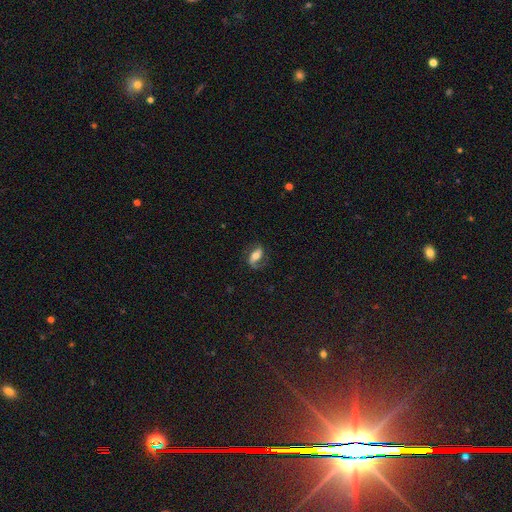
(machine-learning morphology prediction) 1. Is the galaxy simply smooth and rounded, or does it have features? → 56% featured or disk, 36% smooth, 8% star or artifact.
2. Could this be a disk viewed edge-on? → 89% no, 11% yes.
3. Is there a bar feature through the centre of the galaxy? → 39% no, 32% strong, 29% weak.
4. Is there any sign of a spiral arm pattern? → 83% yes, 17% no.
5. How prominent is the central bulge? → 59% moderate, 20% large, 16% small, 3% dominant, 2% none.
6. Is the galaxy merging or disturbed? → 64% none, 20% minor disturbance, 14% major disturbance, 2% merger.